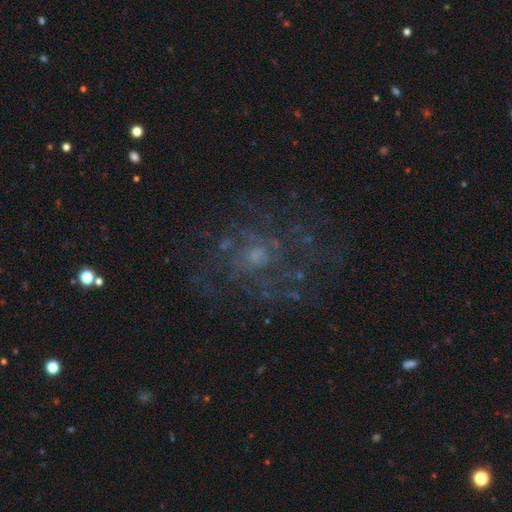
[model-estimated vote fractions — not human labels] Overall: featured or disk (73%). Edge-on disk: no (97%). Bar: no (77%). Spiral arms: yes (81%). Spiral arm count: can't tell (48%; 2 16%). Spiral winding: tight (44%; medium 39%). Bulge size: small (57%; moderate 29%). Merging: none (67%).